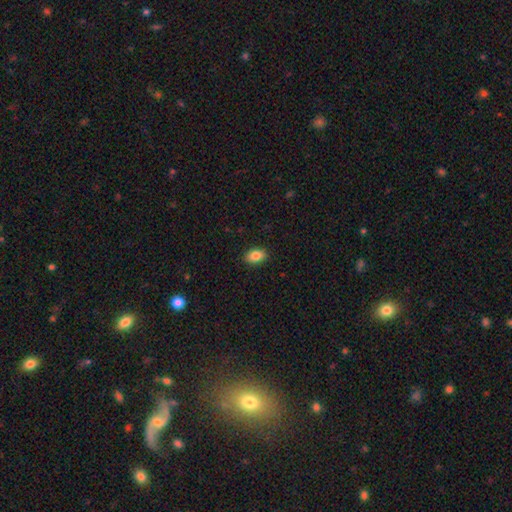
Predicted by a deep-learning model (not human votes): smooth 85%, star or artifact 8%, featured or disk 7%. Down the decision tree: how rounded — in between (89%); merging — none (89%).